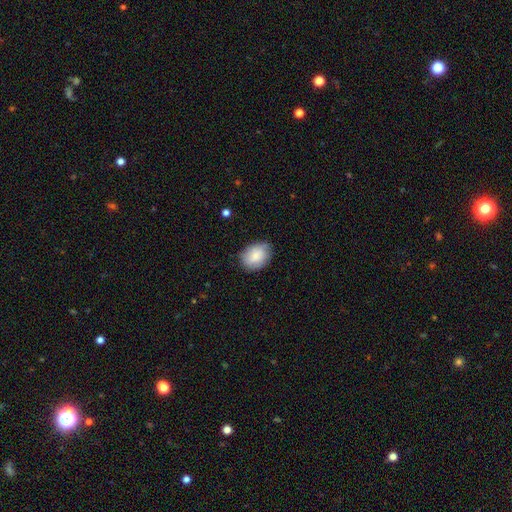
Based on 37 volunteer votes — Smooth or featured: smooth — 89% (featured or disk — 8%)
How rounded: in between — 55% (round — 45%)
Merging: none — 81% (minor disturbance — 17%)